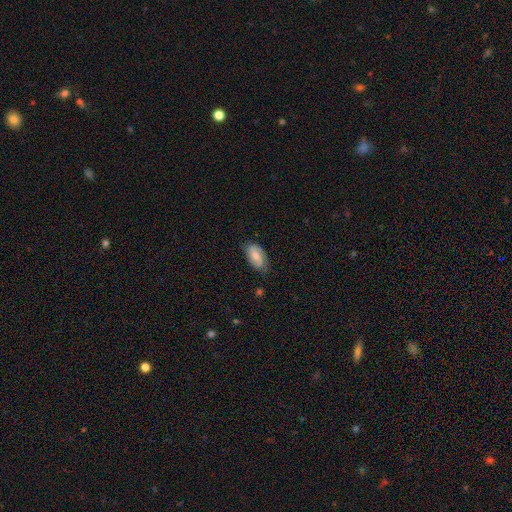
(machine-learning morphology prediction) Smooth or featured? Predicted: smooth (p=0.51). How rounded? Predicted: in between (p=0.92). Merging? Predicted: none (p=0.75).